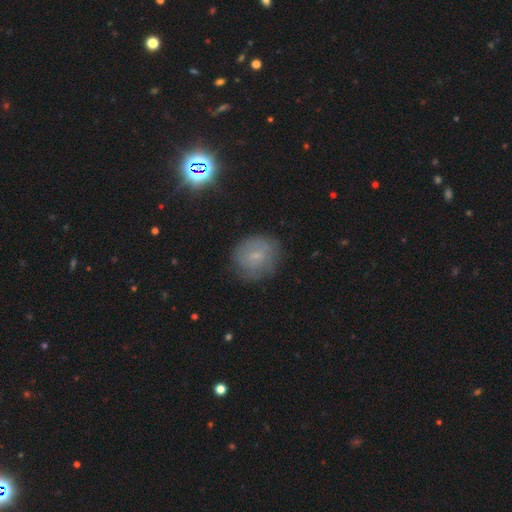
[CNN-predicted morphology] The model was most divided on "smooth or featured": smooth: 50%, featured or disk: 34%, star or artifact: 16%. More confident: how rounded — round (76%); merging — none (73%).